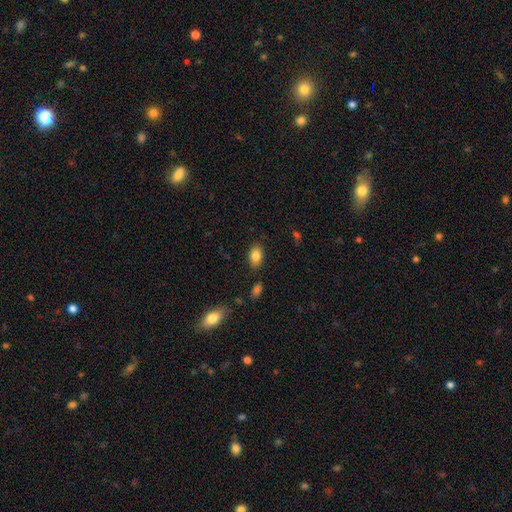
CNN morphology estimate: Smooth or featured: smooth — 85% (star or artifact — 8%)
How rounded: in between — 89% (round — 9%)
Merging: none — 82% (minor disturbance — 12%)